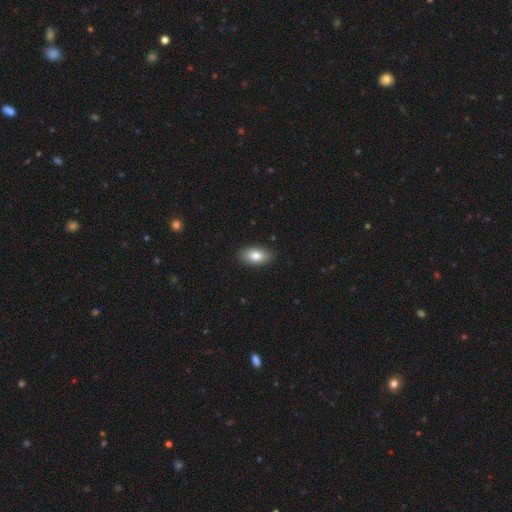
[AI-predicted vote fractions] The model was most divided on "smooth or featured": smooth: 83%, featured or disk: 10%, star or artifact: 7%. More confident: how rounded — in between (92%); merging — none (88%).